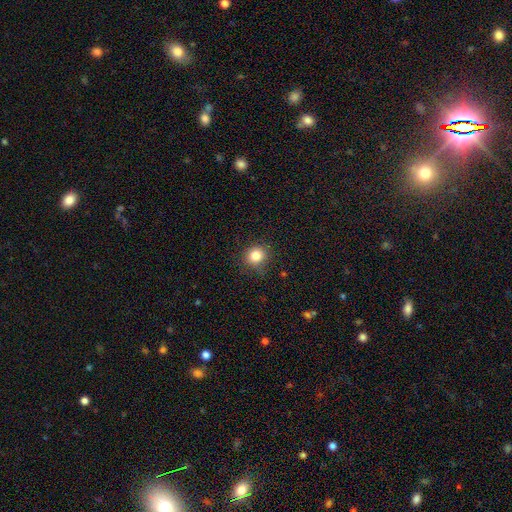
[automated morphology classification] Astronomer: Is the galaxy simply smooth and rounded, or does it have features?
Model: smooth — 83%.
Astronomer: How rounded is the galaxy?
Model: round — 86%.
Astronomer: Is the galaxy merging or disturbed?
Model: none — 83%.